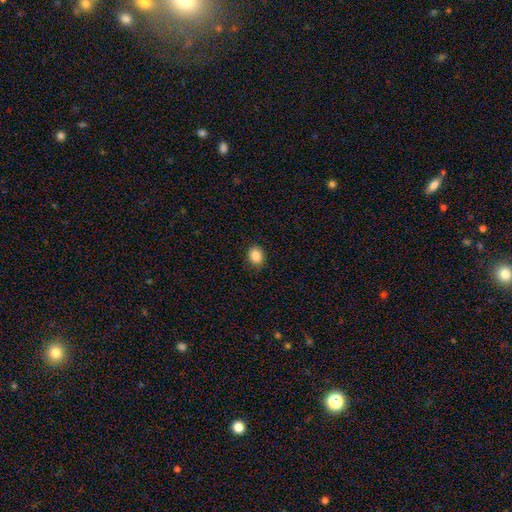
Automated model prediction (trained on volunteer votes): This appears to be a smooth galaxy with no disk features (87%) that is round (56%). Merging: none (88%).